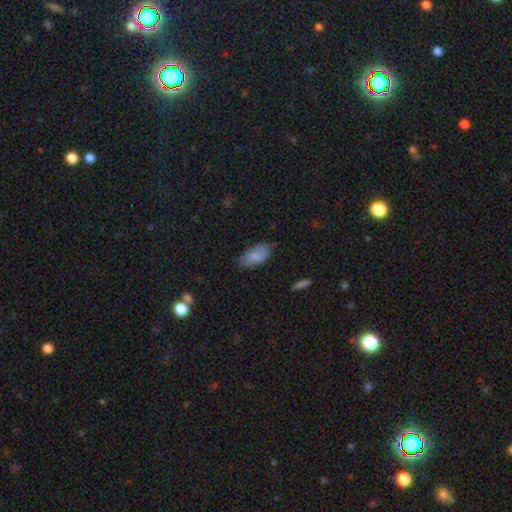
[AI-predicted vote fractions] Smooth or featured: smooth — 81% (featured or disk — 12%)
How rounded: in between — 93% (cigar-shaped — 5%)
Merging: none — 69% (minor disturbance — 24%)